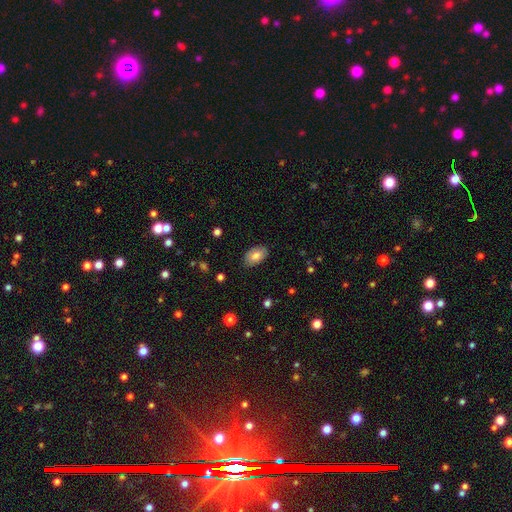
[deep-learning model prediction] Smooth or featured?
  - smooth: 77% *
  - featured or disk: 16%
  - star or artifact: 7%
How rounded?
  - in between: 93% *
  - round: 6%
  - cigar-shaped: 1%
Merging?
  - none: 82% *
  - minor disturbance: 14%
  - major disturbance: 3%
  - merger: 1%